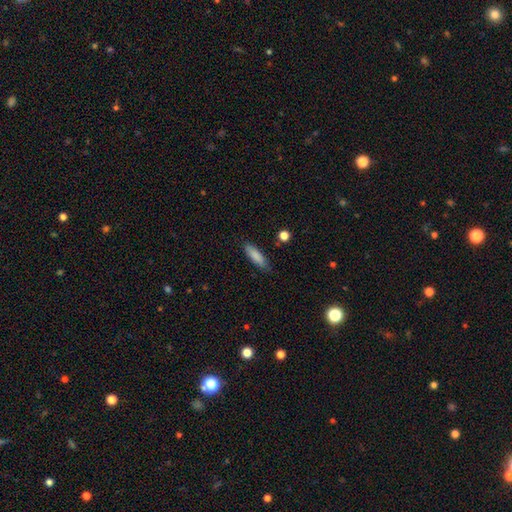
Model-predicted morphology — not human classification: Smooth or featured: smooth — 86% (featured or disk — 7%)
How rounded: cigar-shaped — 56% (in between — 42%)
Merging: none — 84% (minor disturbance — 12%)